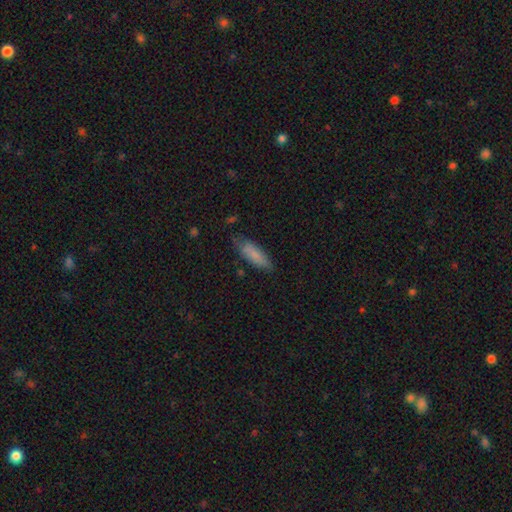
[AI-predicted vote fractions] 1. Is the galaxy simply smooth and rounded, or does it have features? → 80% smooth, 13% featured or disk, 7% star or artifact.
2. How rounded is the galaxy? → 60% in between, 39% cigar-shaped, 2% round.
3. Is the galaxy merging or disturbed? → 65% none, 26% minor disturbance, 6% major disturbance, 2% merger.